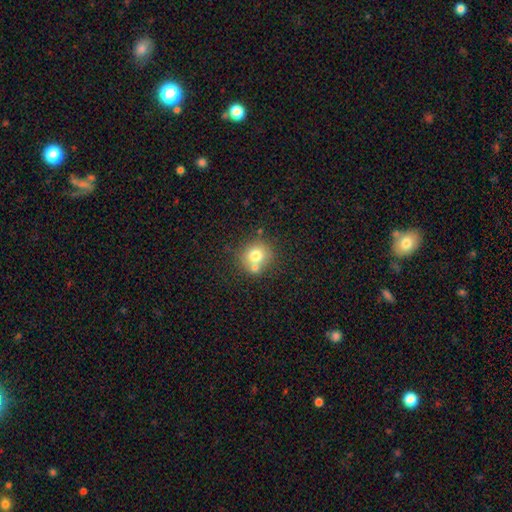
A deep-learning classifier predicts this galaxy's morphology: smooth-or-featured: smooth: 72% | featured or disk: 17% | star or artifact: 11%
  how-rounded: round: 85% | in between: 14% | cigar-shaped: 1%
  merging: none: 56% | merger: 30% | minor disturbance: 11% | major disturbance: 4%